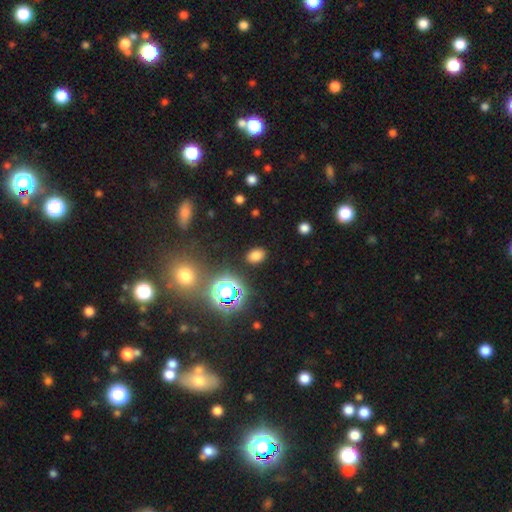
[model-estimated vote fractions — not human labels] Q: Smooth or featured?
A: smooth (75%); runner-up: star or artifact (20%)
Q: How rounded?
A: in between (73%); runner-up: round (26%)
Q: Merging?
A: none (86%); runner-up: minor disturbance (9%)